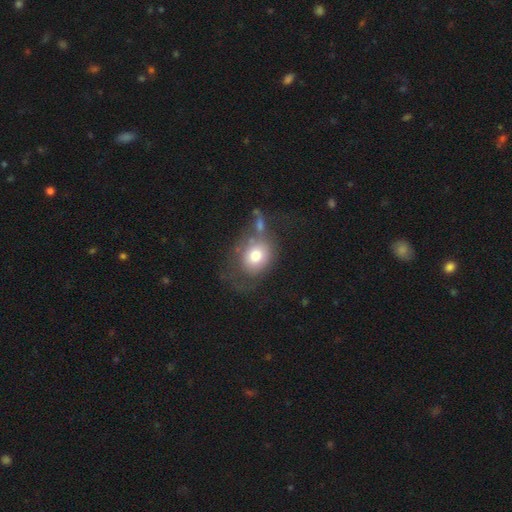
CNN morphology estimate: smooth-or-featured: smooth: 70% | featured or disk: 21% | star or artifact: 8%
  how-rounded: in between: 52% | round: 46% | cigar-shaped: 1%
  merging: none: 40% | major disturbance: 24% | minor disturbance: 22% | merger: 14%